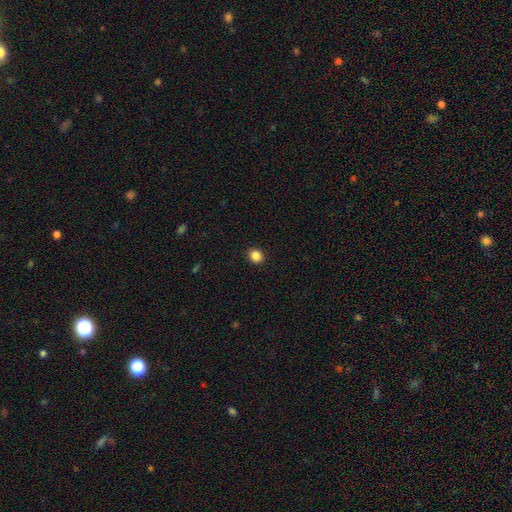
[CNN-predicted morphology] Q: Smooth or featured?
A: smooth (86%); runner-up: star or artifact (10%)
Q: How rounded?
A: round (68%); runner-up: in between (32%)
Q: Merging?
A: none (92%); runner-up: minor disturbance (6%)